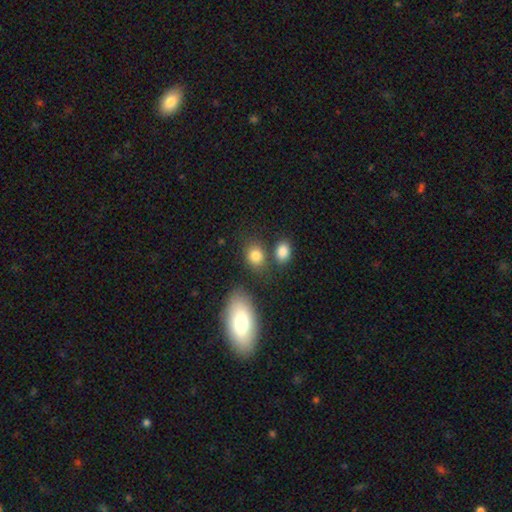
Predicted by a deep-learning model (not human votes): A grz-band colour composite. It shows a smooth galaxy with no disk features (82%) that is in between round and cigar-shaped (51%). Merging: none (68%).